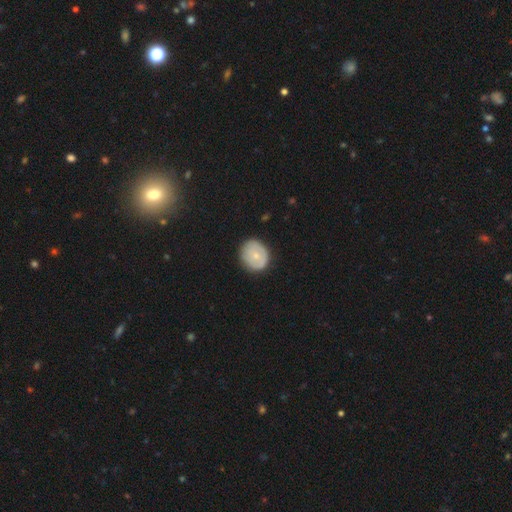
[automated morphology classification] A smooth galaxy with no disk features (61%) that is round (74%). Merging: none (80%).